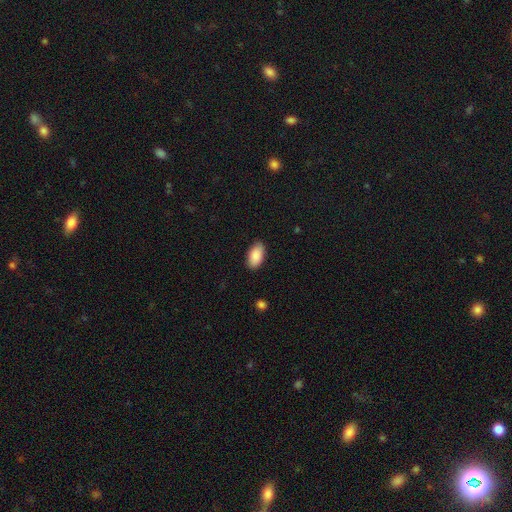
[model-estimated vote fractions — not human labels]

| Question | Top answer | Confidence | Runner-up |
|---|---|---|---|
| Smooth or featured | smooth | 90% | star or artifact (6%) |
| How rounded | in between | 95% | round (3%) |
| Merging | none | 86% | minor disturbance (11%) |